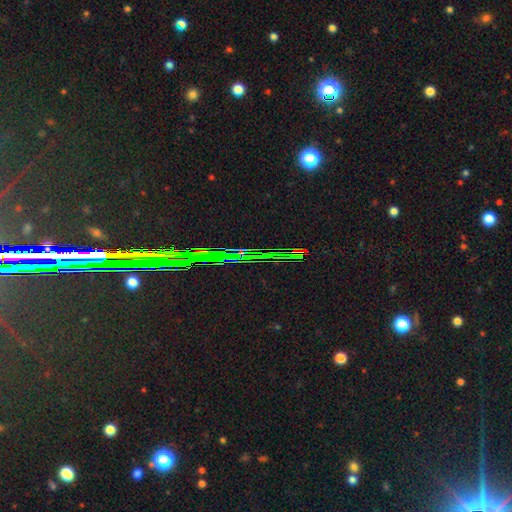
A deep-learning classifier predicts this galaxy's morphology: This appears to be a star or artifact, not a galaxy (83%).